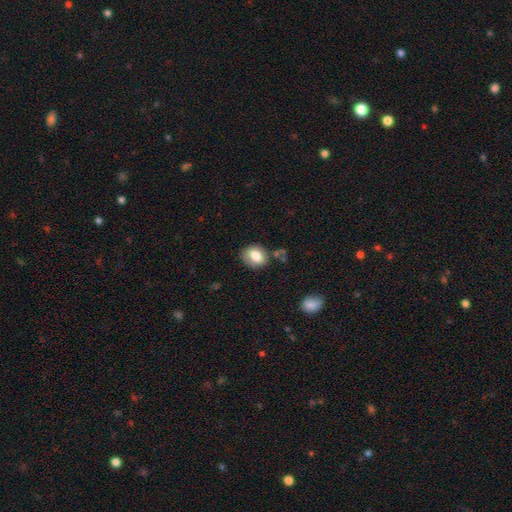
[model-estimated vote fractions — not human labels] This appears to be a smooth galaxy with no disk features (75%) that is in between round and cigar-shaped (51%). Merging: none (74%).